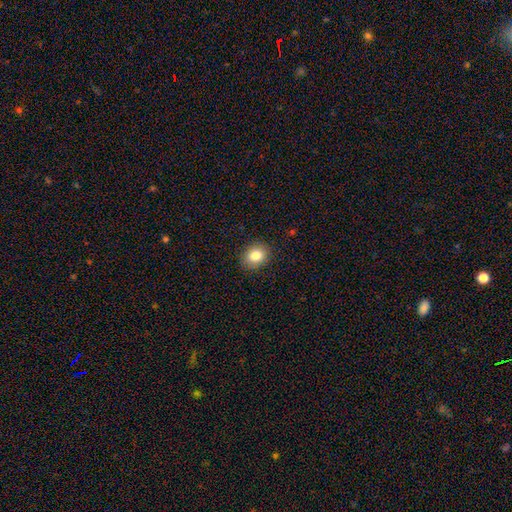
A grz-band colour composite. It shows a smooth galaxy with no disk features (89%) that is round (52%). Merging: none (91%).